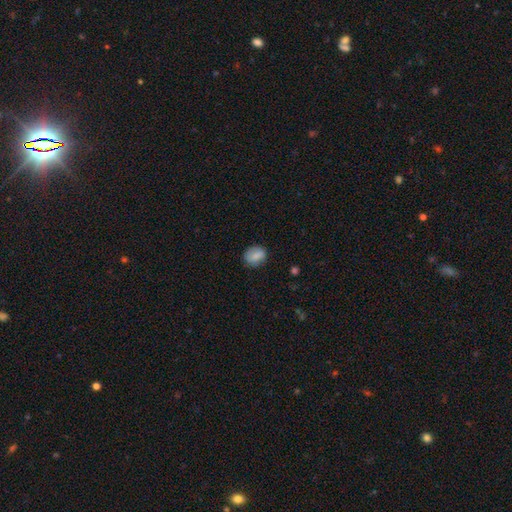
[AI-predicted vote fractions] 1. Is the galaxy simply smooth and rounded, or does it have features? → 74% smooth, 18% featured or disk, 8% star or artifact.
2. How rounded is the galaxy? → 62% round, 37% in between, 1% cigar-shaped.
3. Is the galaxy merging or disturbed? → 80% none, 15% minor disturbance, 4% major disturbance, 1% merger.